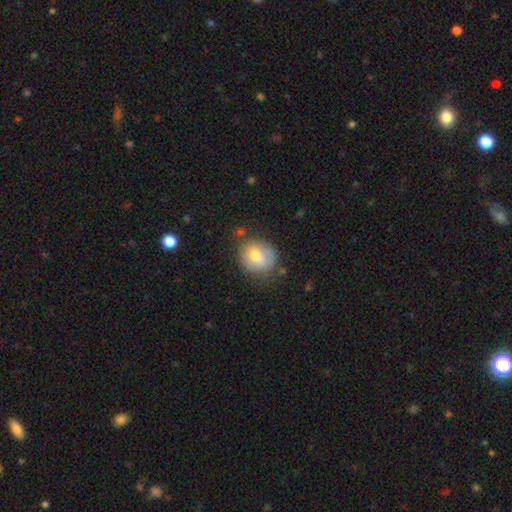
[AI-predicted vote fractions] Smooth or featured? smooth (70%)
How rounded? round (76%)
Merging? none (60%)